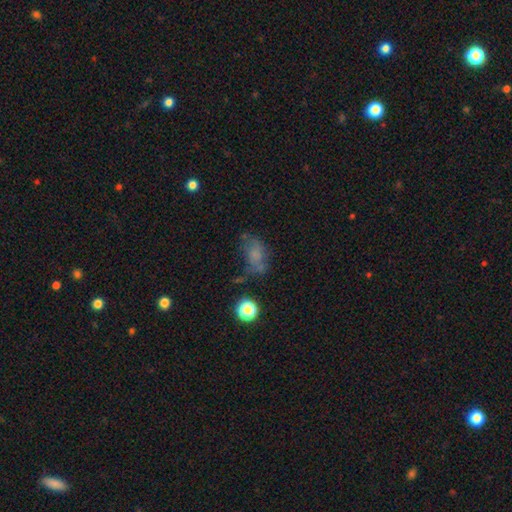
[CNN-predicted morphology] Smooth or featured? smooth (58%)
How rounded? in between (78%)
Merging? none (42%)